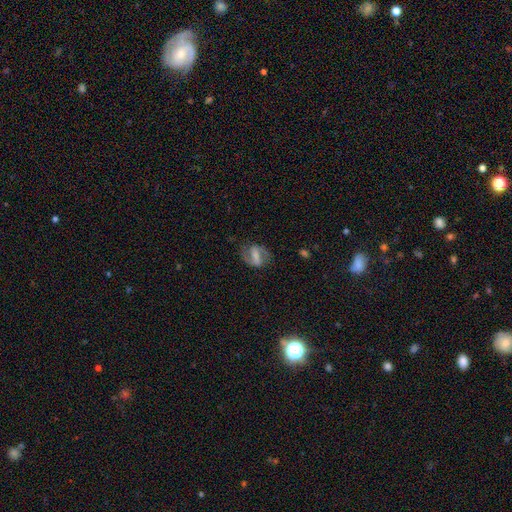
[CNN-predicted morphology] Smooth or featured? Predicted: featured or disk (p=0.75). Edge-on disk? Predicted: no (p=0.96). Bar? Predicted: strong (p=0.65). Spiral arms? Predicted: yes (p=0.88). Spiral winding? Predicted: medium (p=0.49). Spiral arm count? Predicted: 2 (p=0.89). Bulge size? Predicted: none (p=0.32, tied with small). Merging? Predicted: none (p=0.77).